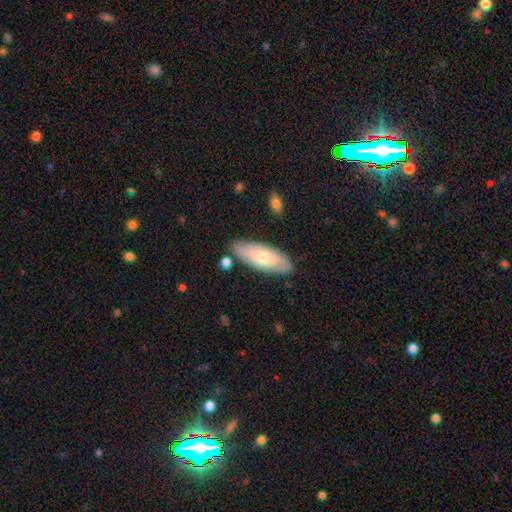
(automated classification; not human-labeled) This is possibly a smooth galaxy (59%). How rounded: likely in between (72%). Merging: clearly none (81%).